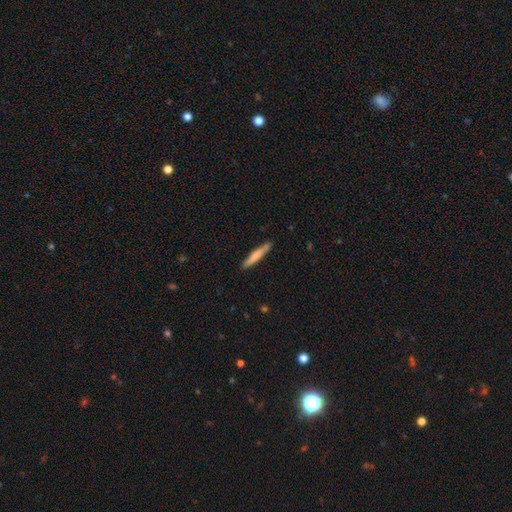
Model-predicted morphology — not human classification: Overall: smooth (73%). How rounded: cigar-shaped (94%). Merging: none (88%).